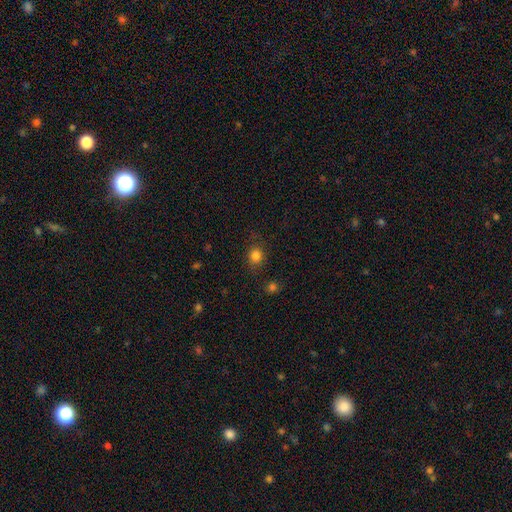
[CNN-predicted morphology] Smooth or featured? smooth (81%)
How rounded? round (76%)
Merging? none (79%)